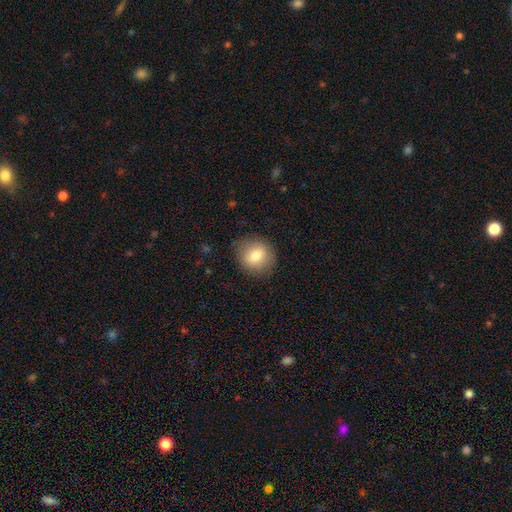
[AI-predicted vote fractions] The model was most divided on "how rounded": round: 80%, in between: 19%, cigar-shaped: 1%. More confident: merging — none (84%); smooth or featured — smooth (79%).